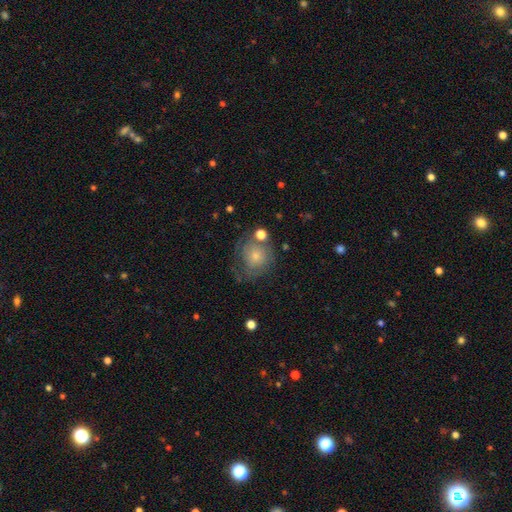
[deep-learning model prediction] This appears to be a smooth galaxy with no disk features (59%) that is round (83%). Merging: none (50%).